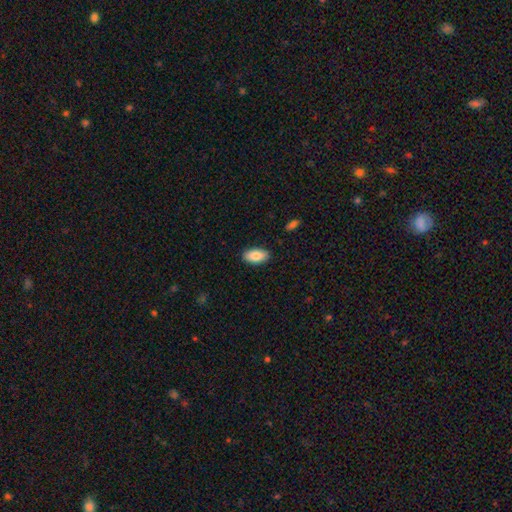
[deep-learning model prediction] A smooth galaxy with no disk features (86%) that is in between round and cigar-shaped (94%).

Vote fractions:
- Smooth or featured? smooth: 86% / featured or disk: 8% / star or artifact: 6%
- How rounded? in between: 94% / cigar-shaped: 3% / round: 3%
- Merging? none: 88% / minor disturbance: 9% / major disturbance: 2% / merger: 1%